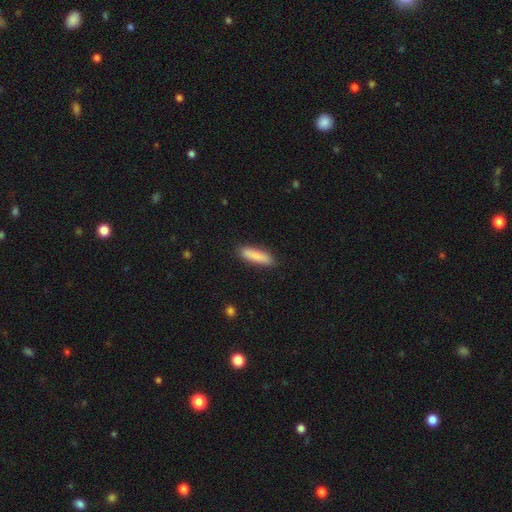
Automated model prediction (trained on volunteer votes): This is clearly a smooth galaxy (87%). How rounded: likely cigar-shaped (71%). Merging: clearly none (88%).